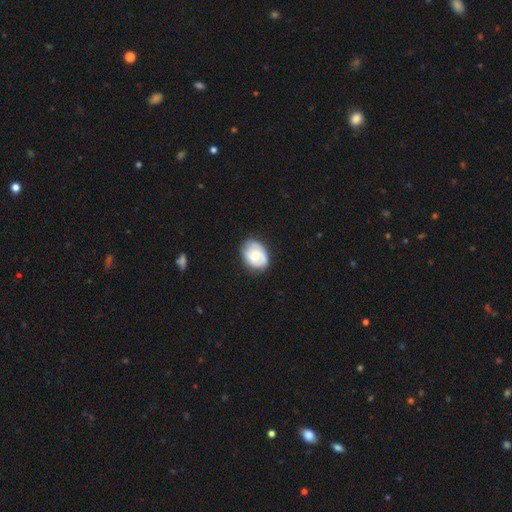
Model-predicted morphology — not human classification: Q: Smooth or featured?
A: smooth (52%); runner-up: featured or disk (41%)
Q: How rounded?
A: in between (64%); runner-up: round (35%)
Q: Merging?
A: none (72%); runner-up: minor disturbance (22%)